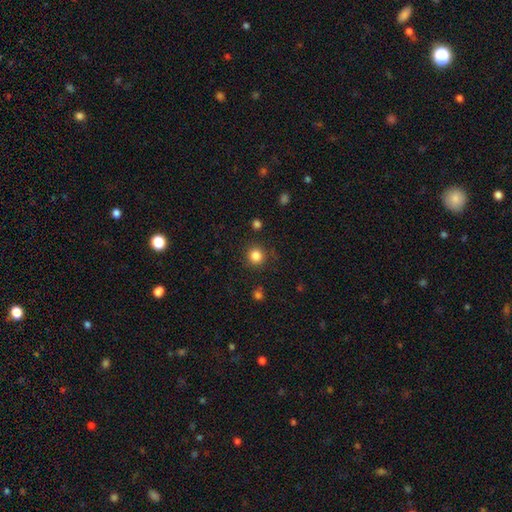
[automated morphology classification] A smooth galaxy with no disk features (83%) that is round (93%). Merging: none (88%).